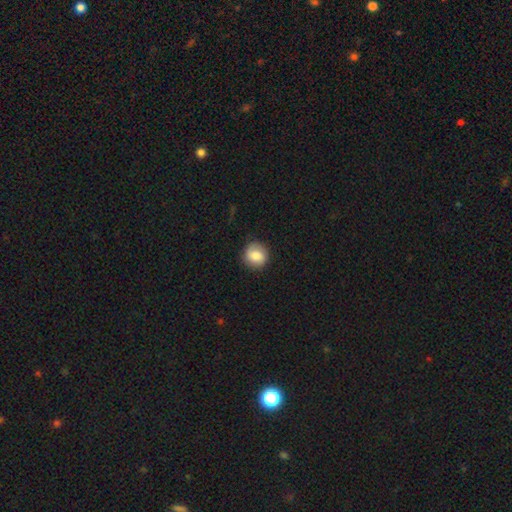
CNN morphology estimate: Overall: smooth (80%). How rounded: round (88%). Merging: none (85%).